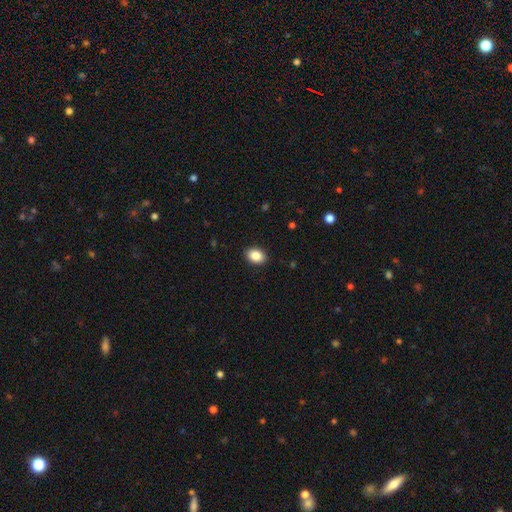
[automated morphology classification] Q: Smooth or featured?
A: smooth (88%); runner-up: star or artifact (8%)
Q: How rounded?
A: in between (78%); runner-up: round (21%)
Q: Merging?
A: none (90%); runner-up: minor disturbance (7%)